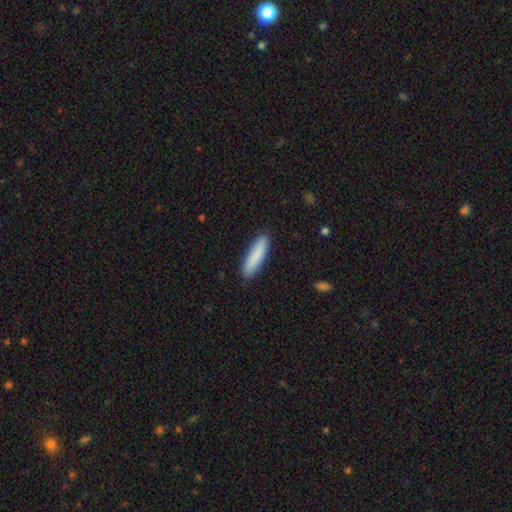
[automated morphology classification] Smooth or featured: smooth — 87% (featured or disk — 7%)
How rounded: cigar-shaped — 75% (in between — 24%)
Merging: none — 90% (minor disturbance — 8%)